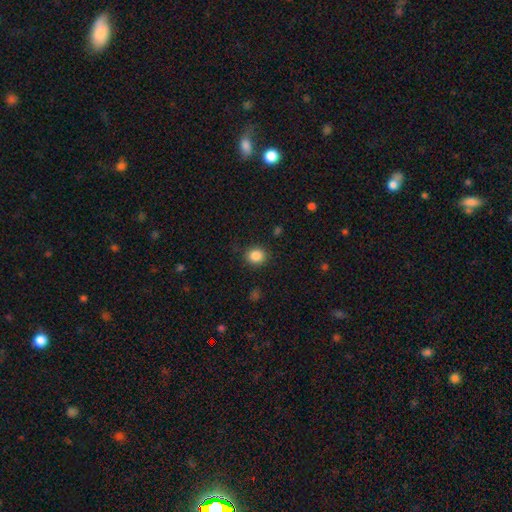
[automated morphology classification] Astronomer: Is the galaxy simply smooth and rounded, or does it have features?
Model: smooth — 86%.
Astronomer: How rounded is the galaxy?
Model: round — 81%.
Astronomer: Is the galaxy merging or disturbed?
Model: none — 88%.